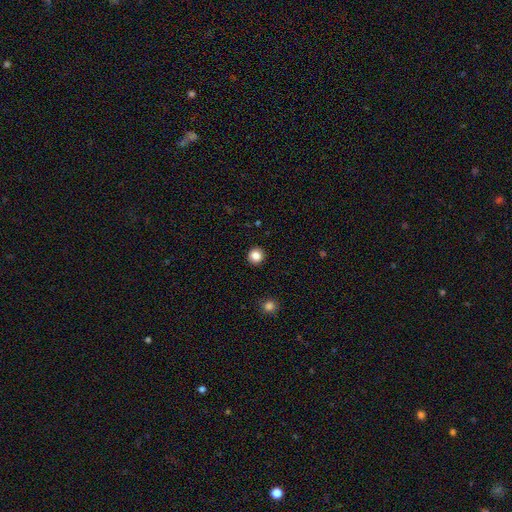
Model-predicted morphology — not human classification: smooth_or_featured: smooth (p=0.85) [alt: star or artifact p=0.11]
how_rounded: round (p=0.94) [alt: in between p=0.05]
merging: none (p=0.93) [alt: minor disturbance p=0.04]